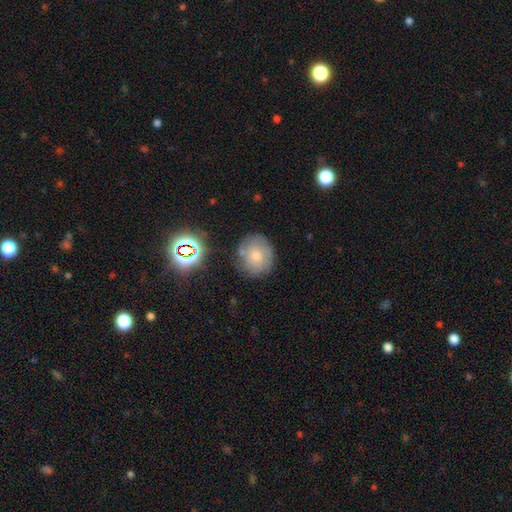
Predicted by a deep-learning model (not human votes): Smooth or featured? Predicted: smooth (p=0.69). How rounded? Predicted: round (p=0.83). Merging? Predicted: none (p=0.70).